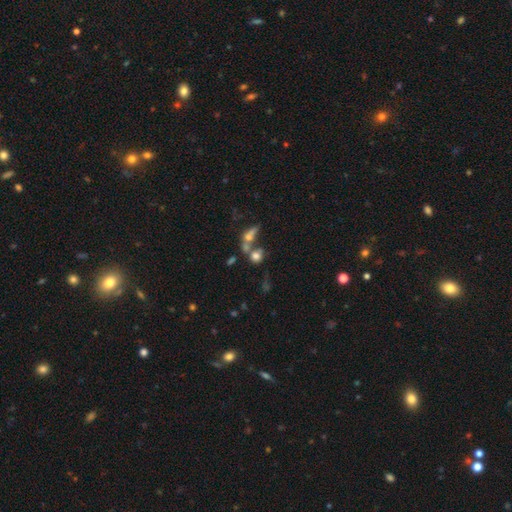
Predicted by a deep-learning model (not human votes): Smooth or featured: smooth — 63% (featured or disk — 21%)
How rounded: round — 68% (in between — 28%)
Merging: merger — 48% (none — 32%)